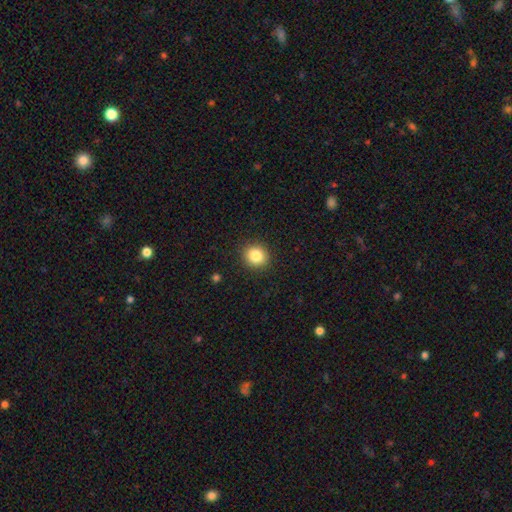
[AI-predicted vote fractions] A smooth galaxy with no disk features (84%) that is round (86%).

Vote fractions:
- Smooth or featured? smooth: 84% / star or artifact: 10% / featured or disk: 6%
- How rounded? round: 86% / in between: 13% / cigar-shaped: 1%
- Merging? none: 91% / minor disturbance: 6% / major disturbance: 2% / merger: 1%